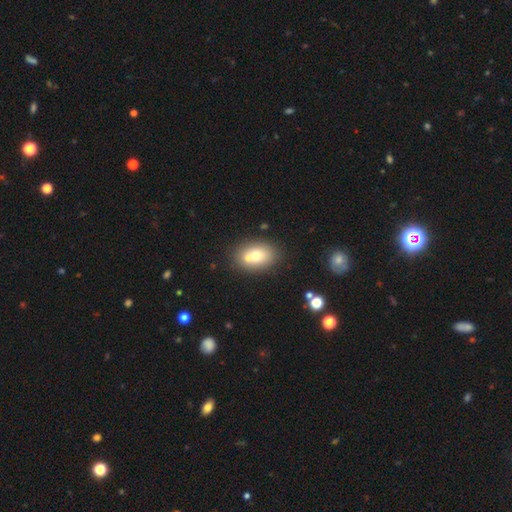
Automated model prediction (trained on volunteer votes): Smooth or featured?
  - smooth: 68% *
  - featured or disk: 21%
  - star or artifact: 11%
How rounded?
  - in between: 67% *
  - round: 32%
  - cigar-shaped: 1%
Merging?
  - none: 52% *
  - merger: 35%
  - minor disturbance: 9%
  - major disturbance: 3%